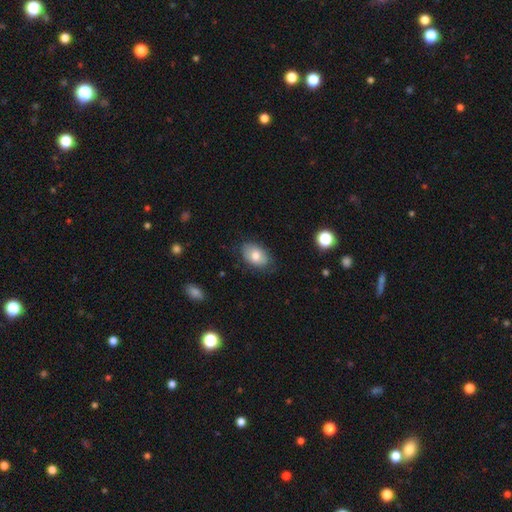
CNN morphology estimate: Q: Smooth or featured?
A: smooth (76%); runner-up: featured or disk (16%)
Q: How rounded?
A: in between (87%); runner-up: round (12%)
Q: Merging?
A: none (77%); runner-up: minor disturbance (18%)